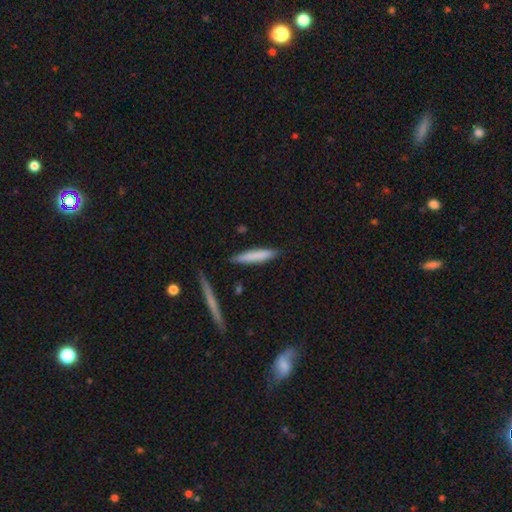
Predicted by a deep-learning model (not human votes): smooth-or-featured: smooth: 76% | featured or disk: 19% | star or artifact: 6%
  how-rounded: cigar-shaped: 91% | in between: 8% | round: 1%
  merging: none: 86% | minor disturbance: 10% | merger: 3% | major disturbance: 2%